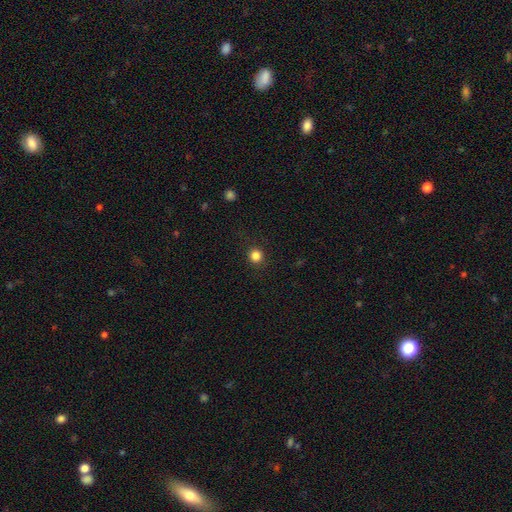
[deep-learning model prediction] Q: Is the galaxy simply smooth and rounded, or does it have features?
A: smooth — 84%.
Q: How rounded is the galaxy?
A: round — 93%.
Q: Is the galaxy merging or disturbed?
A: none — 91%.